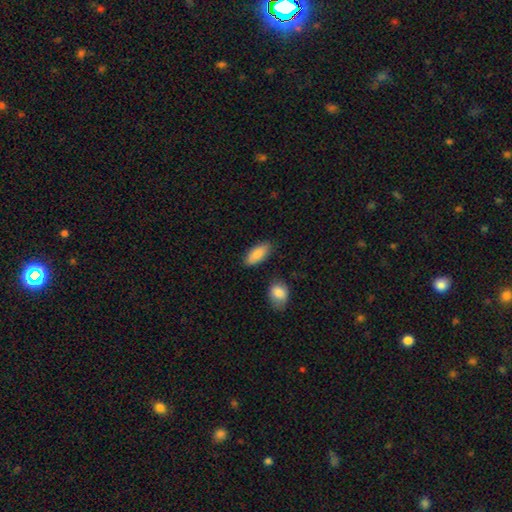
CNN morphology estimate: smooth_or_featured: smooth (p=0.87) [alt: featured or disk p=0.07]
how_rounded: in between (p=0.84) [alt: cigar-shaped p=0.13]
merging: none (p=0.81) [alt: minor disturbance p=0.12]